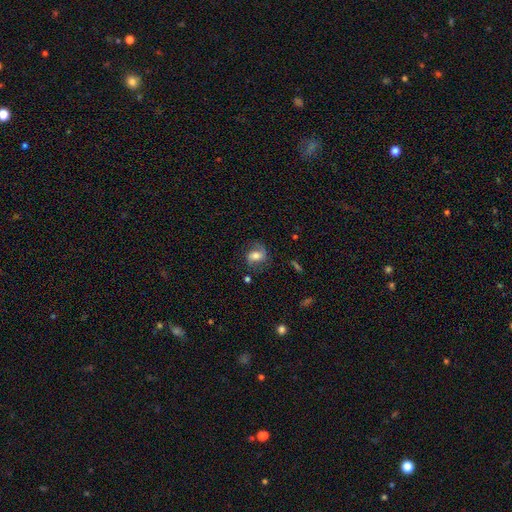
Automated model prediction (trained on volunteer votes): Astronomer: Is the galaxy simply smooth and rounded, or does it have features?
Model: featured or disk — 58% (runner-up: smooth, 33%).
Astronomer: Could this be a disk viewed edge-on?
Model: no — 96%.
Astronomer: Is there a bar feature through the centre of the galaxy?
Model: weak — 41% (runner-up: no, 39%).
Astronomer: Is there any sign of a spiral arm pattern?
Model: yes — 90%.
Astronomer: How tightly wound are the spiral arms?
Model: medium — 45% (runner-up: loose, 36%).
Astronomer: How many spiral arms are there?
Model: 2 — 77%.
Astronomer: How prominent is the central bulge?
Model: moderate — 55%.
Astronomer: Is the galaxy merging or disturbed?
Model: none — 65%.